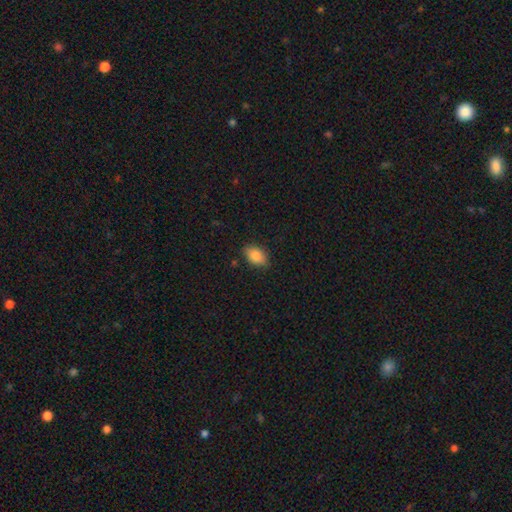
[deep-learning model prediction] Smooth or featured: smooth — 87% (star or artifact — 8%)
How rounded: in between — 90% (round — 8%)
Merging: none — 83% (minor disturbance — 13%)